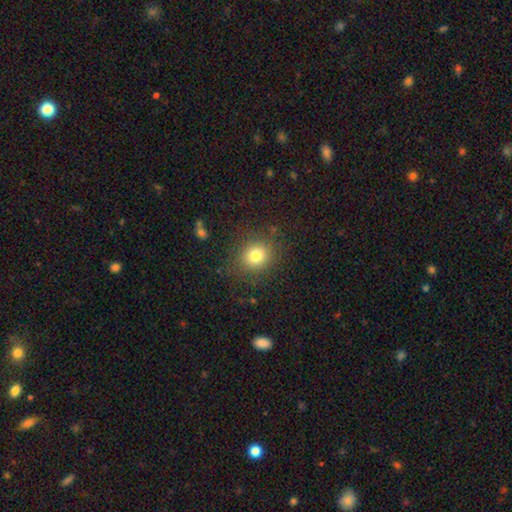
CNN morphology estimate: Smooth or featured? smooth (79%)
How rounded? round (79%)
Merging? none (85%)